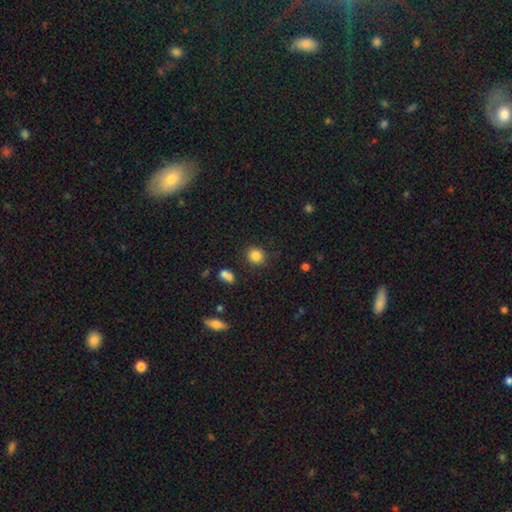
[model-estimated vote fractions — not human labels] smooth 84%, star or artifact 11%, featured or disk 5%. Down the decision tree: how rounded — round (82%); merging — none (85%).